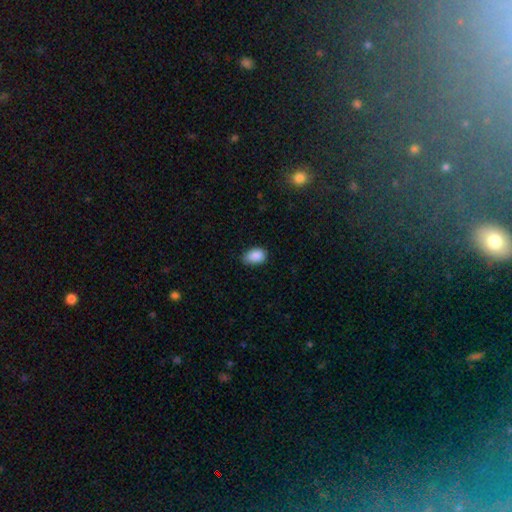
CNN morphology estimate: type=smooth (89%); roundness=in between (86%); merging=none (71%).